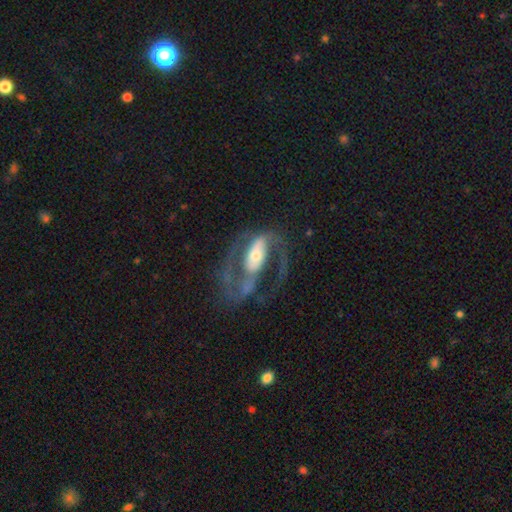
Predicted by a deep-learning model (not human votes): featured or disk 80%, smooth 14%, star or artifact 6%. Down the decision tree: edge-on disk — no (93%); bar — no (36%); spiral arms — yes (80%); spiral arm count — 2 (65%); spiral winding — medium (48%); bulge size — moderate (46%); merging — major disturbance (42%).